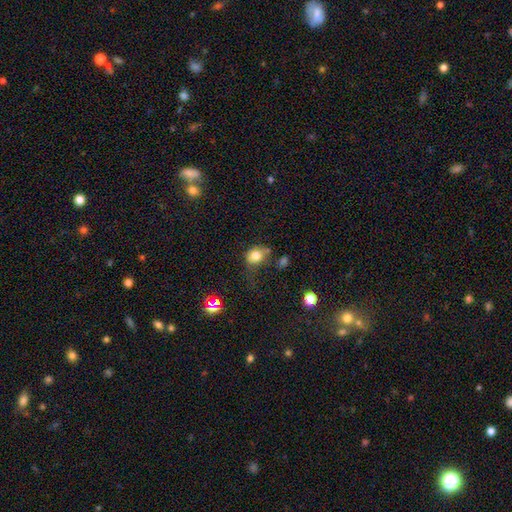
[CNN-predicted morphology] A smooth galaxy with no disk features (76%) that is round (54%). Merging: none (41%).